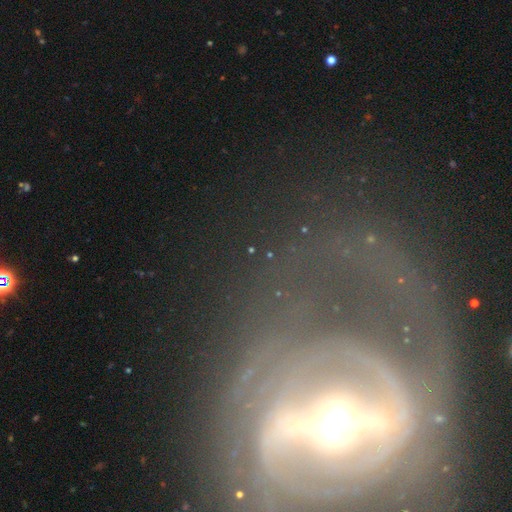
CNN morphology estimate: A featured or disk galaxy (82%) with a strong bar (68%), 2 (47%) tight (52%) spiral arms (72%) and a moderate central bulge (59%). Merging: none (64%).